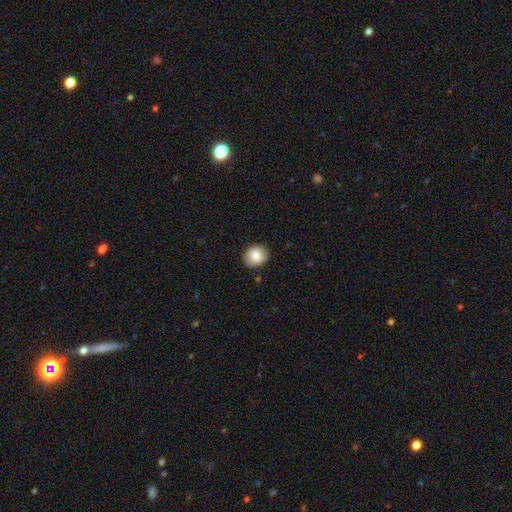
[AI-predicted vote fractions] Q: Smooth or featured?
A: smooth (78%); runner-up: featured or disk (14%)
Q: How rounded?
A: round (65%); runner-up: in between (34%)
Q: Merging?
A: none (84%); runner-up: minor disturbance (12%)